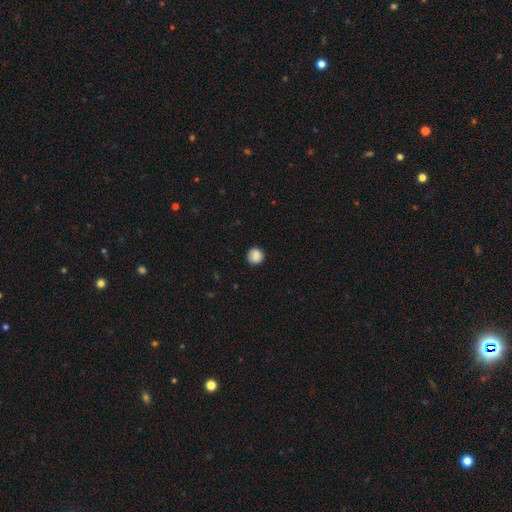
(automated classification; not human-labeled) smooth-or-featured: smooth: 87% | star or artifact: 9% | featured or disk: 5%
  how-rounded: round: 91% | in between: 8% | cigar-shaped: 1%
  merging: none: 86% | minor disturbance: 10% | major disturbance: 2% | merger: 1%